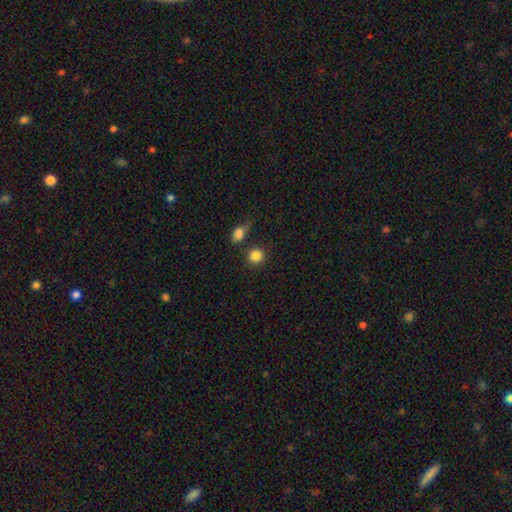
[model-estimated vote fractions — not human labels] A smooth galaxy with no disk features (85%) that is round (90%).

Vote fractions:
- Smooth or featured? smooth: 85% / star or artifact: 10% / featured or disk: 5%
- How rounded? round: 90% / in between: 9% / cigar-shaped: 1%
- Merging? none: 78% / merger: 10% / minor disturbance: 9% / major disturbance: 4%